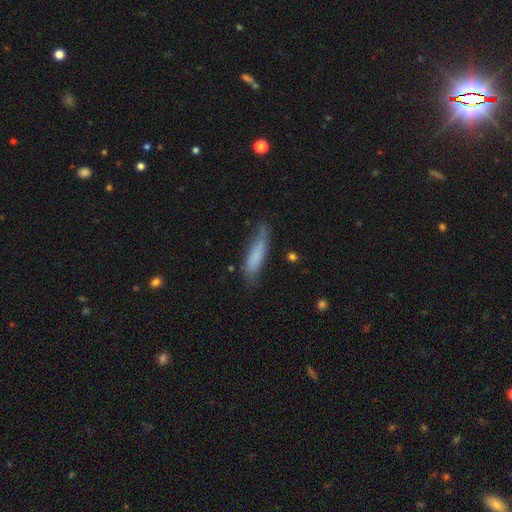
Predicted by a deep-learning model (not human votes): Smooth or featured? smooth (77%)
How rounded? cigar-shaped (76%)
Merging? none (65%)